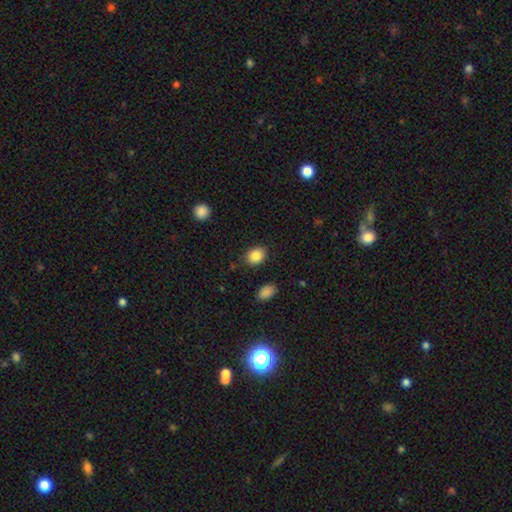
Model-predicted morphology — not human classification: type=smooth (87%); roundness=in between (57%); merging=none (85%).